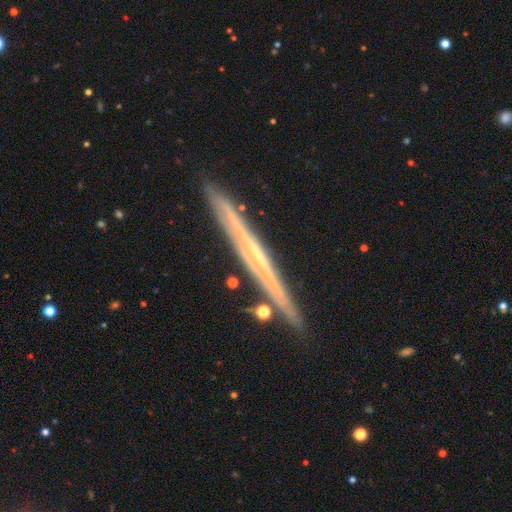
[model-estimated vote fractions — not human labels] Smooth or featured: featured or disk — 75% (smooth — 19%)
Edge-on disk: yes — 96% (no — 4%)
Edge-on bulge: none — 75% (rounded — 21%)
Merging: none — 88% (minor disturbance — 8%)